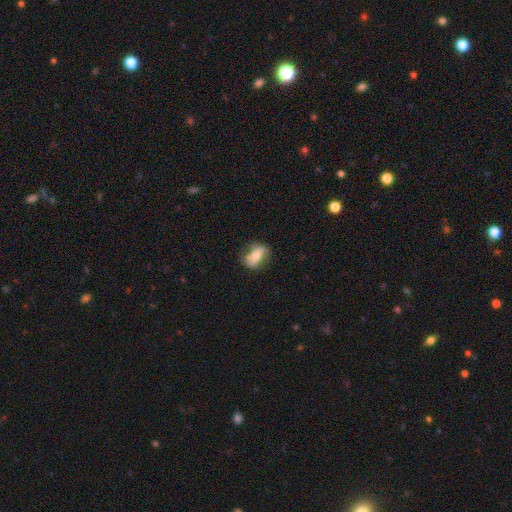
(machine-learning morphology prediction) Q: Smooth or featured?
A: smooth (58%); runner-up: featured or disk (34%)
Q: How rounded?
A: in between (77%); runner-up: round (14%)
Q: Merging?
A: none (71%); runner-up: minor disturbance (20%)